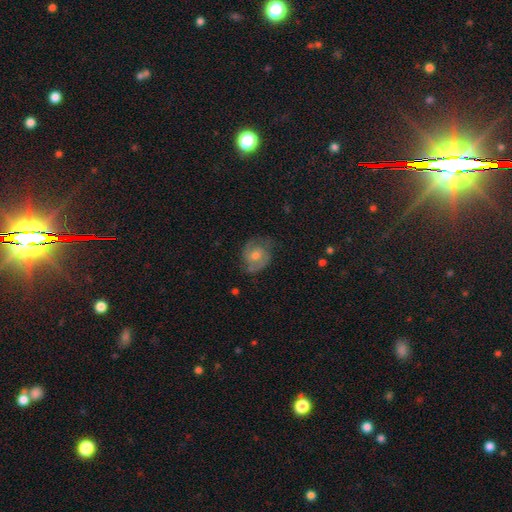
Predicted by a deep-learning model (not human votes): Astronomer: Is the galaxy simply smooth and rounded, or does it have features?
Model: featured or disk — 69%.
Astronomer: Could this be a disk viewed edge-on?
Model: no — 98%.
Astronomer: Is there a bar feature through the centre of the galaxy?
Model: no — 68%.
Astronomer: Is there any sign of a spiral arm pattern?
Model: yes — 90%.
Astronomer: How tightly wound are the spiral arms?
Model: medium — 48% (runner-up: tight, 35%).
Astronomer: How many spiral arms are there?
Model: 2 — 82%.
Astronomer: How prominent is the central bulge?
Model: moderate — 54% (runner-up: small, 38%).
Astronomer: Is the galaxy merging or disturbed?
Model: none — 68%.